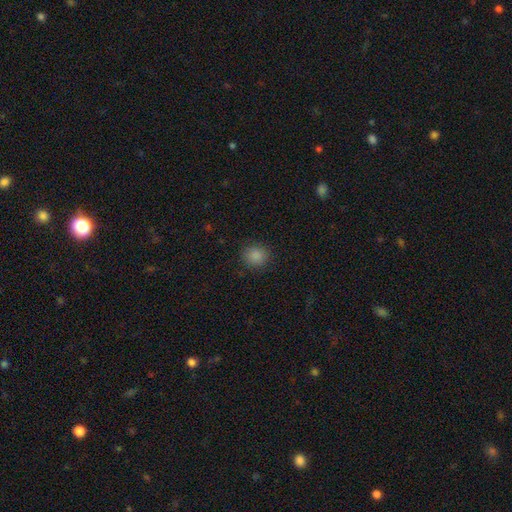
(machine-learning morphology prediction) A smooth galaxy with no disk features (86%) that is round (84%).

Vote fractions:
- Smooth or featured? smooth: 86% / star or artifact: 11% / featured or disk: 3%
- How rounded? round: 84% / in between: 15% / cigar-shaped: 1%
- Merging? none: 88% / minor disturbance: 8% / major disturbance: 3% / merger: 1%